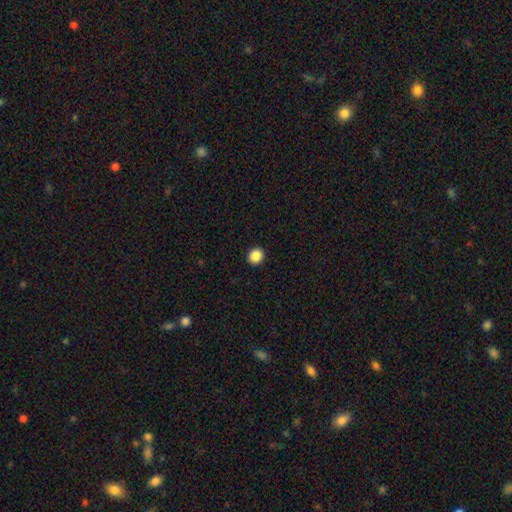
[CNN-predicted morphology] type=smooth (88%); roundness=round (86%); merging=none (93%).